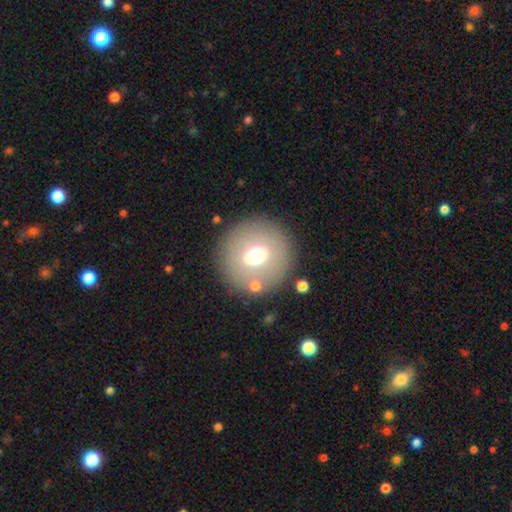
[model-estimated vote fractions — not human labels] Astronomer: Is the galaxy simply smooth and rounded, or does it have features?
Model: smooth — 60%.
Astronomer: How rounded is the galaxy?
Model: round — 91%.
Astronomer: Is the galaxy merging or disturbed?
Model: none — 84%.